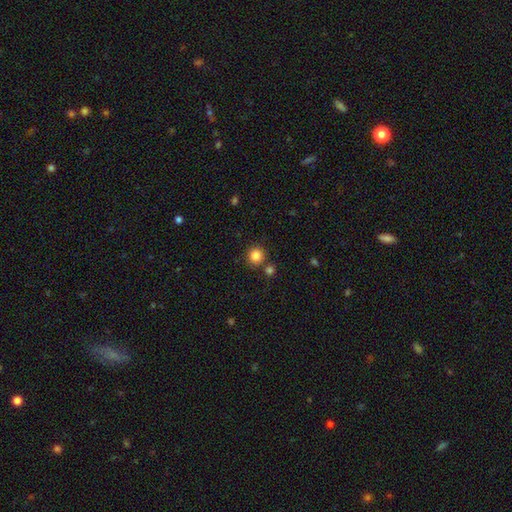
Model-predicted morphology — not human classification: This appears to be a smooth galaxy with no disk features (85%) that is round (93%). Merging: none (81%).